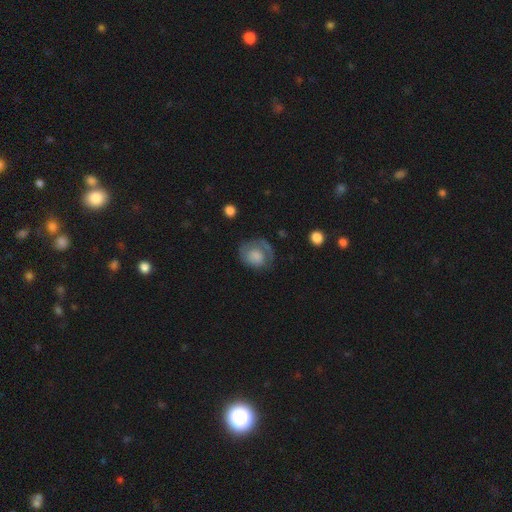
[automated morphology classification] smooth_or_featured: smooth (p=0.53) [alt: featured or disk p=0.39]
how_rounded: round (p=0.60) [alt: in between p=0.39]
merging: none (p=0.52) [alt: minor disturbance p=0.24]